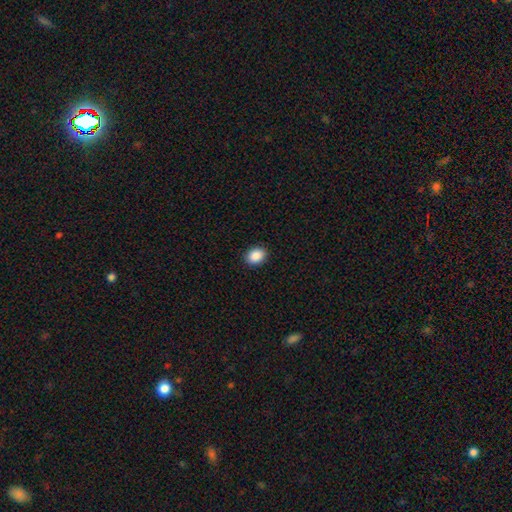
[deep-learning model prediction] A smooth galaxy with no disk features (89%) that is in between round and cigar-shaped (66%). Merging: none (91%).